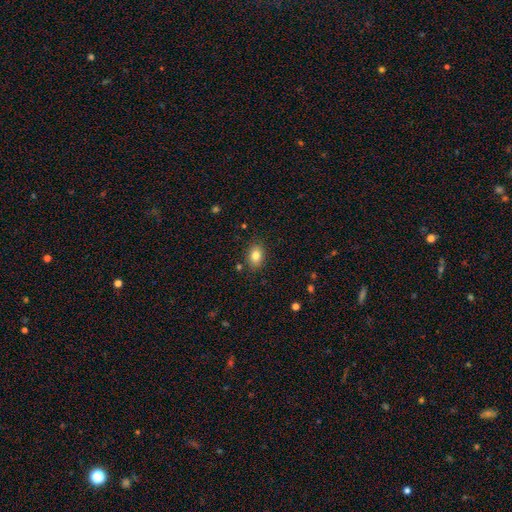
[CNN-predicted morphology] Smooth or featured?
  - smooth: 82% *
  - star or artifact: 9%
  - featured or disk: 9%
How rounded?
  - in between: 76% *
  - round: 23%
  - cigar-shaped: 1%
Merging?
  - none: 84% *
  - minor disturbance: 11%
  - major disturbance: 3%
  - merger: 2%